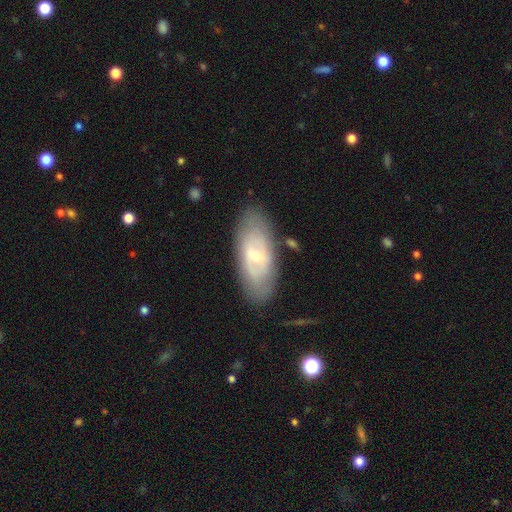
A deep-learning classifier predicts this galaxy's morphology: This appears to be a featured or disk galaxy (56%). Merging: none (80%).